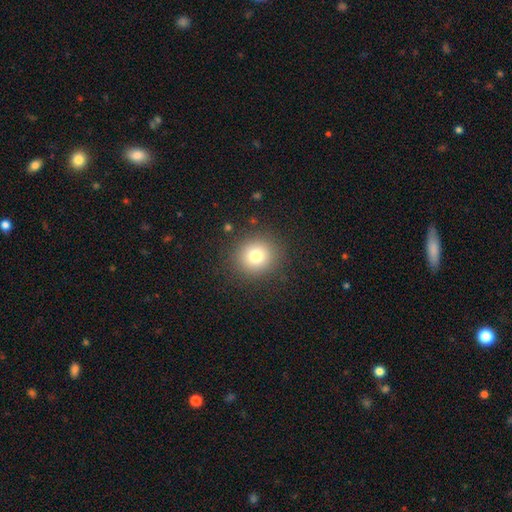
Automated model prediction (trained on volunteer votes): This is likely a smooth galaxy (78%). How rounded: clearly round (87%). Merging: clearly none (87%).